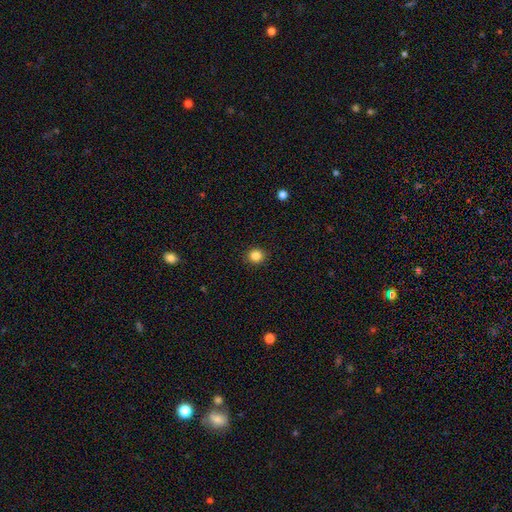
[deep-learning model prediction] Overall: smooth (85%). How rounded: round (87%). Merging: none (91%).